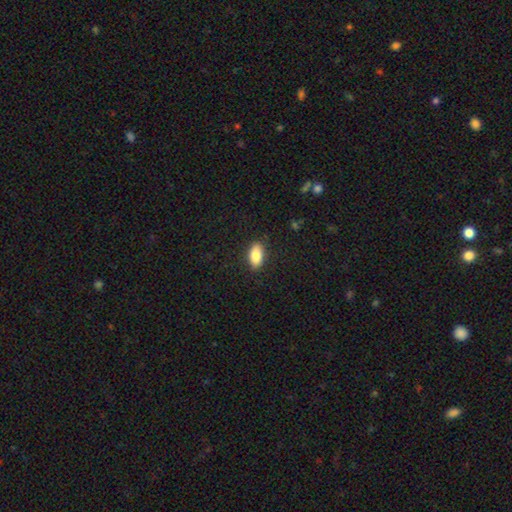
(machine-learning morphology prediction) smooth-or-featured: smooth: 86% | featured or disk: 7% | star or artifact: 7%
  how-rounded: in between: 89% | cigar-shaped: 7% | round: 4%
  merging: none: 87% | minor disturbance: 10% | major disturbance: 2% | merger: 1%